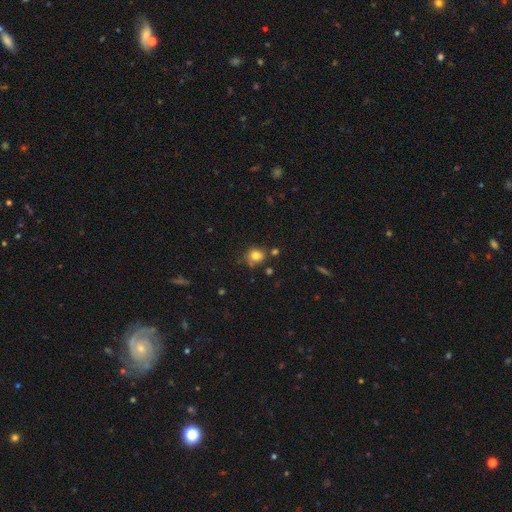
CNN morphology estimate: This appears to be a smooth galaxy with no disk features (78%) that is round (77%). Merging: none (64%).